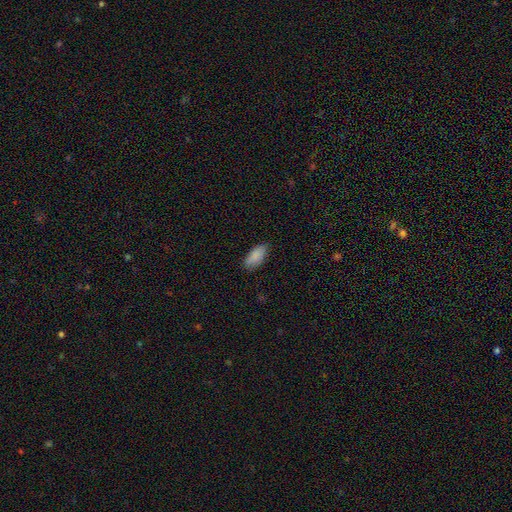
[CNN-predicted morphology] Smooth or featured? smooth (88%)
How rounded? in between (89%)
Merging? none (80%)